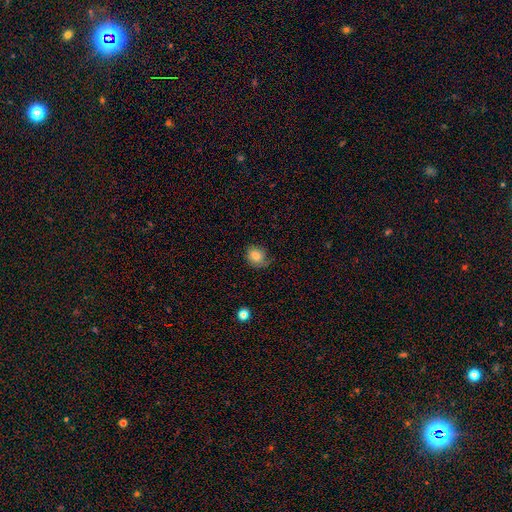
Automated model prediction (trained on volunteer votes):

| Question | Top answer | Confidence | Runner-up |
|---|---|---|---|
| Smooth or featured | smooth | 80% | featured or disk (11%) |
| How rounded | round | 64% | in between (35%) |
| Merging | none | 62% | minor disturbance (27%) |